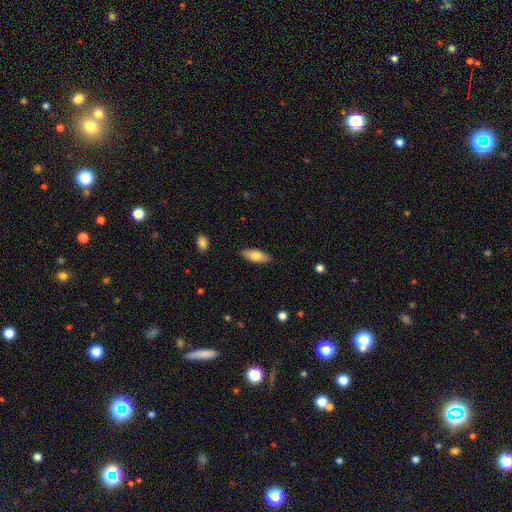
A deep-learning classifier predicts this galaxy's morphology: smooth-or-featured: smooth: 74% | featured or disk: 20% | star or artifact: 6%
  how-rounded: in between: 75% | cigar-shaped: 23% | round: 2%
  merging: none: 87% | minor disturbance: 10% | major disturbance: 2% | merger: 1%